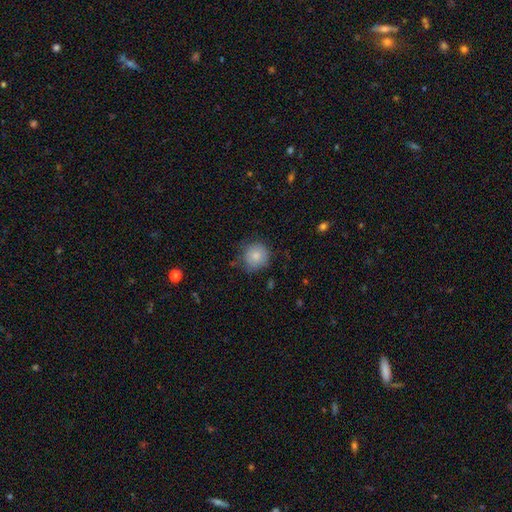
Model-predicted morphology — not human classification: type=smooth (82%); roundness=round (90%); merging=none (73%).